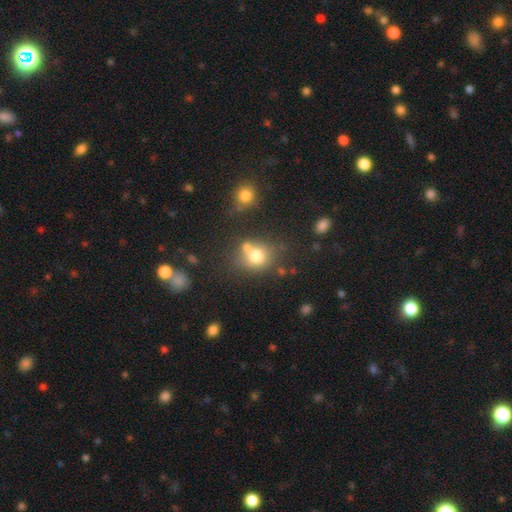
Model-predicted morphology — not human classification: Smooth or featured? smooth (72%)
How rounded? round (67%)
Merging? none (51%)